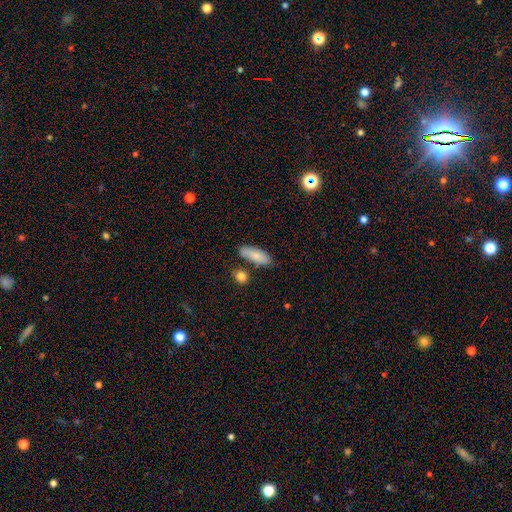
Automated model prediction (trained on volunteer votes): Smooth or featured?
  - smooth: 80% *
  - featured or disk: 14%
  - star or artifact: 6%
How rounded?
  - in between: 79% *
  - cigar-shaped: 18%
  - round: 3%
Merging?
  - none: 73% *
  - minor disturbance: 16%
  - merger: 8%
  - major disturbance: 3%